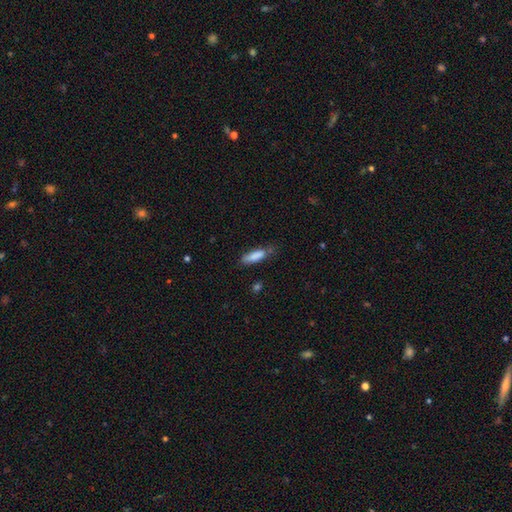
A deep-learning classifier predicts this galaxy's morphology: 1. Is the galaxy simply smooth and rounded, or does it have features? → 84% smooth, 9% featured or disk, 7% star or artifact.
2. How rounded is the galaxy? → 54% cigar-shaped, 44% in between, 2% round.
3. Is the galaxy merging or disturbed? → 60% none, 29% minor disturbance, 7% major disturbance, 4% merger.